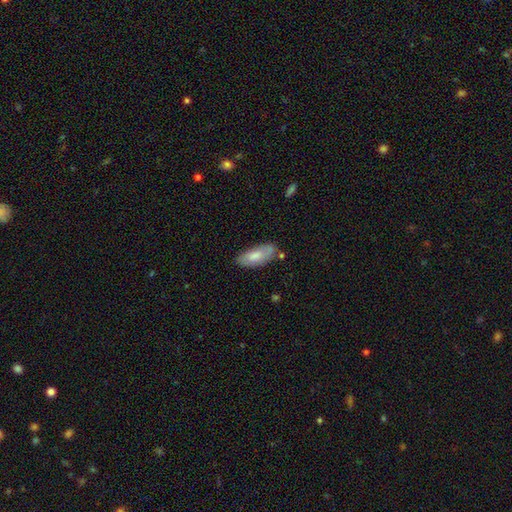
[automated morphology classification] The model was most divided on "merging": none: 70%, minor disturbance: 21%, merger: 5%, major disturbance: 4%. More confident: how rounded — in between (79%); smooth or featured — smooth (74%).